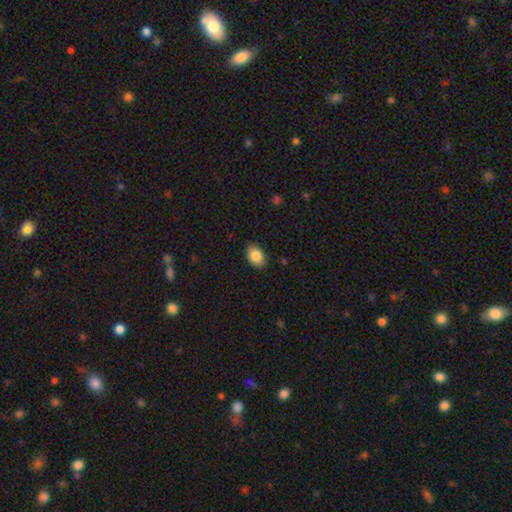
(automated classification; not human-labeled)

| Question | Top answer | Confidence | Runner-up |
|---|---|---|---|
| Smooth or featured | smooth | 86% | star or artifact (8%) |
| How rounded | in between | 83% | round (16%) |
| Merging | none | 87% | minor disturbance (10%) |